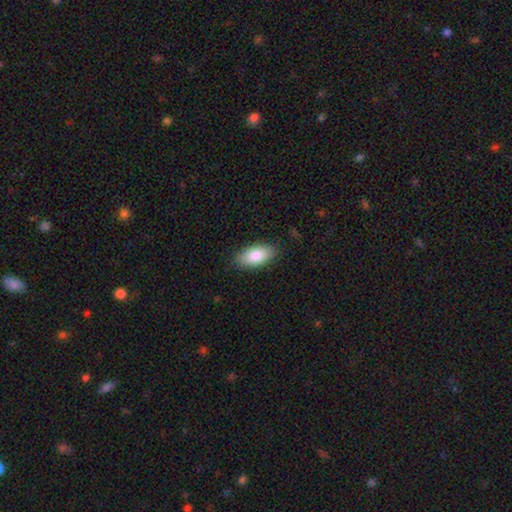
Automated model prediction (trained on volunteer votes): Morphology: type=smooth (83%); roundness=in between (91%); merging=none (85%).